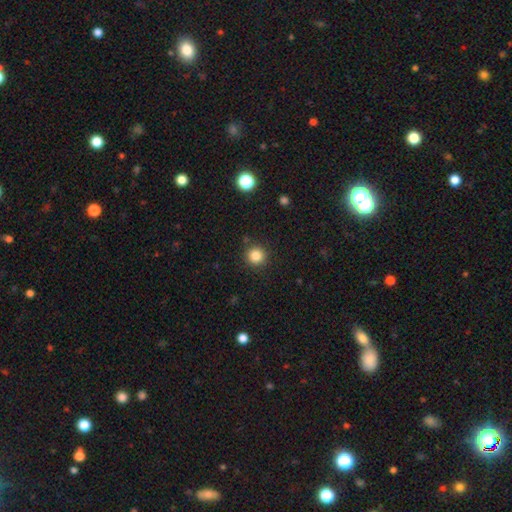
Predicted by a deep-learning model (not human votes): This is clearly a smooth galaxy (84%). How rounded: clearly round (94%). Merging: clearly none (90%).